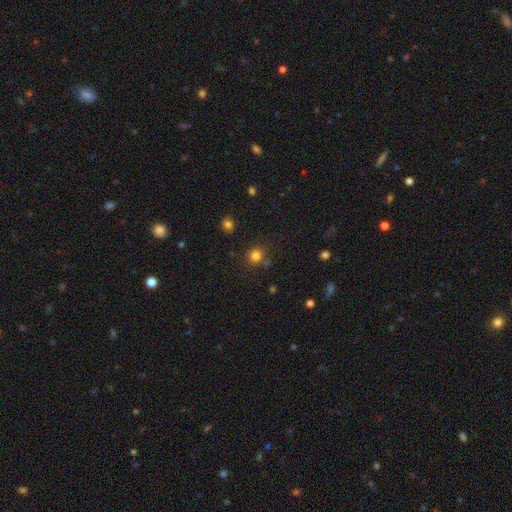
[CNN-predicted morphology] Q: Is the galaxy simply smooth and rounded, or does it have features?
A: smooth — 80%.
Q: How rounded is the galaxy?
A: round — 88%.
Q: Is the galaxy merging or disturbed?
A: none — 78%.